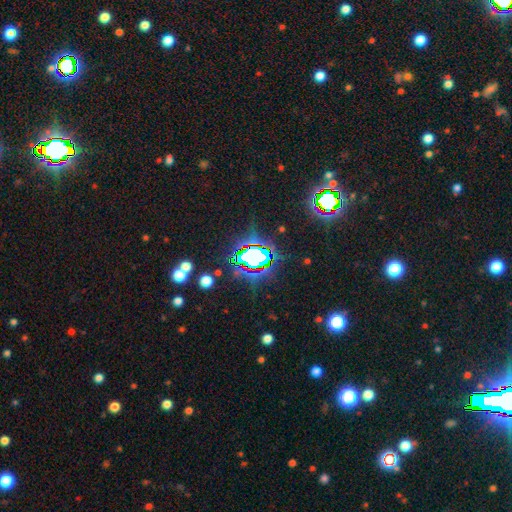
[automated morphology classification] This is likely a star or artifact rather than a galaxy (69%).